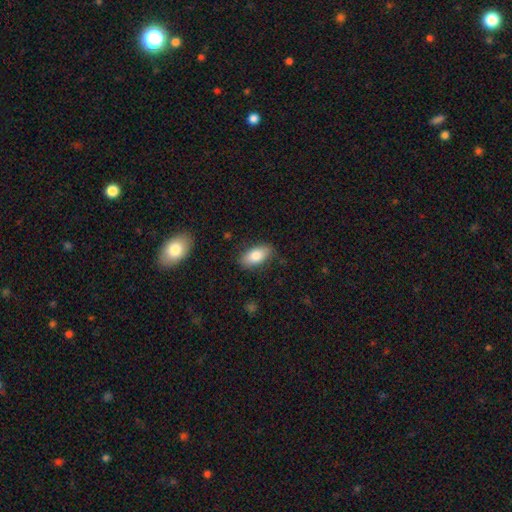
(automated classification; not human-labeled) A smooth galaxy with no disk features (80%) that is in between round and cigar-shaped (90%). Merging: none (83%).